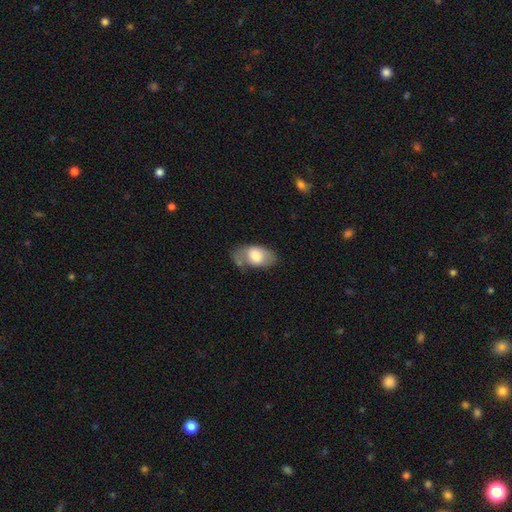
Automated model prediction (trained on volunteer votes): This is likely a smooth galaxy (70%). How rounded: clearly in between (92%). Merging: possibly none (53%).